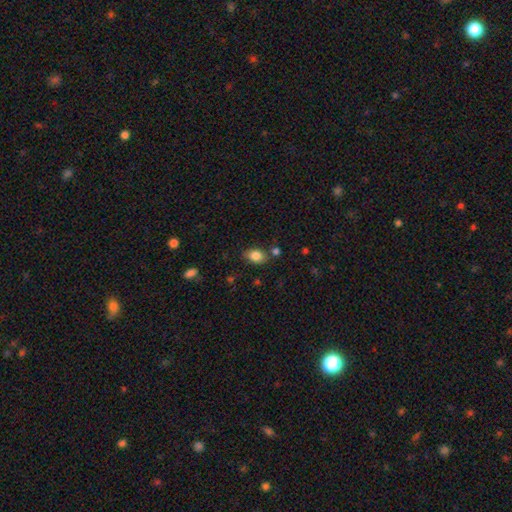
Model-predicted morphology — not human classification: smooth 84%, star or artifact 9%, featured or disk 7%. Down the decision tree: how rounded — in between (75%); merging — none (75%).